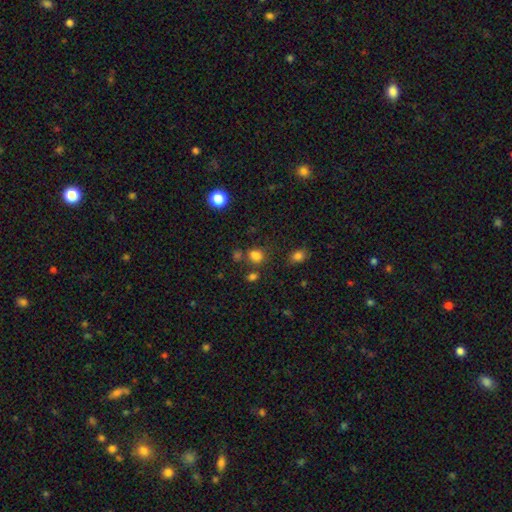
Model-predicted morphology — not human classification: The model was most divided on "how rounded": round: 56%, in between: 43%, cigar-shaped: 1%. More confident: smooth or featured — smooth (77%); merging — none (67%).